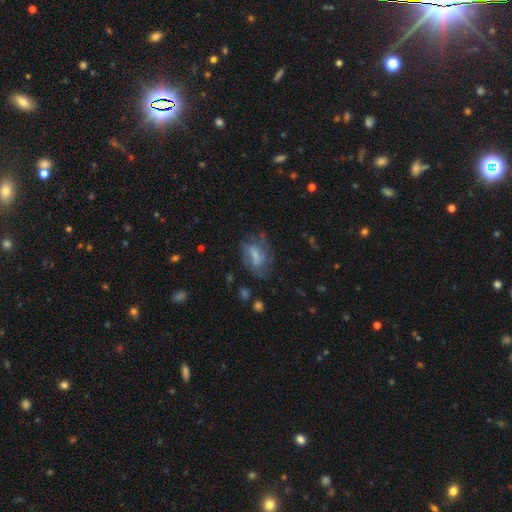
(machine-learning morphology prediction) smooth 46%, featured or disk 44%, star or artifact 10%. Down the decision tree: merging — none (48%).